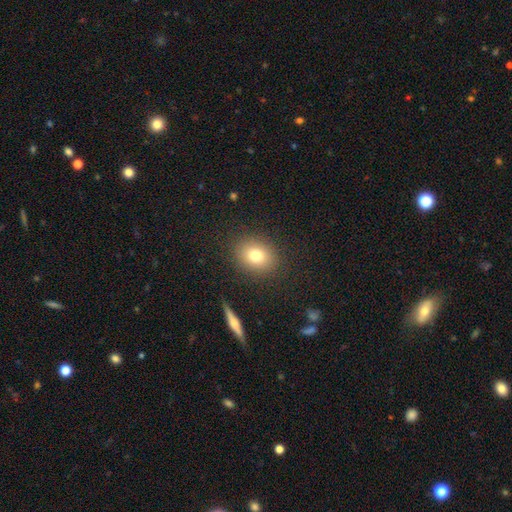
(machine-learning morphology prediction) This appears to be a smooth galaxy with no disk features (77%) that is round (61%). Merging: none (87%).